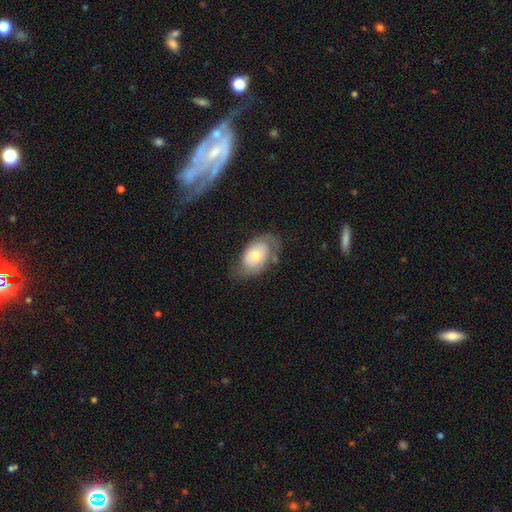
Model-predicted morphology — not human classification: Smooth or featured?
  - smooth: 53% *
  - featured or disk: 40%
  - star or artifact: 7%
How rounded?
  - in between: 88% *
  - round: 11%
  - cigar-shaped: 1%
Merging?
  - none: 57% *
  - minor disturbance: 28%
  - major disturbance: 12%
  - merger: 3%